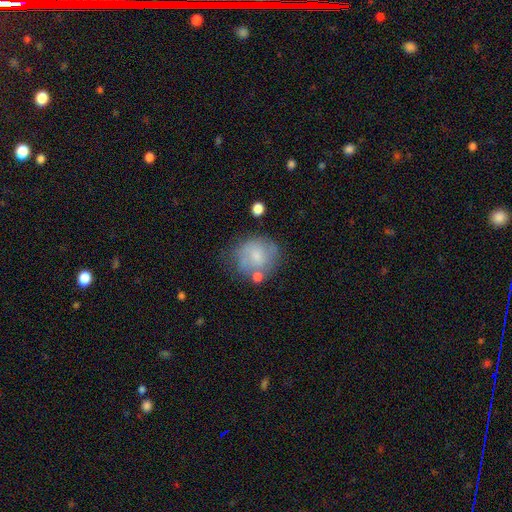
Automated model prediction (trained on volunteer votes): This appears to be a smooth galaxy with no disk features (59%) that is round (80%). Merging: none (56%).